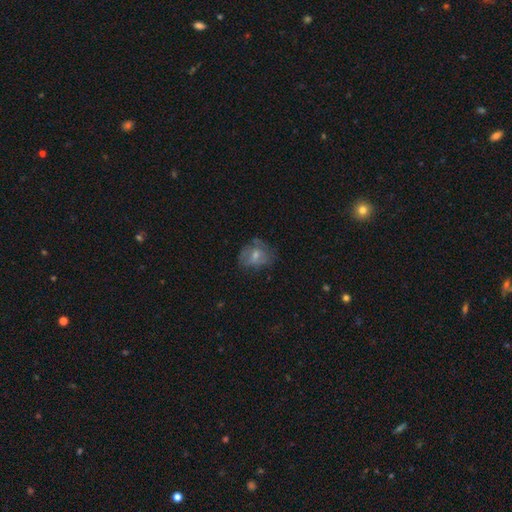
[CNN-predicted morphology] The model was most divided on "how rounded": round: 50%, in between: 49%, cigar-shaped: 1%. More confident: smooth or featured — smooth (54%); merging — none (50%).